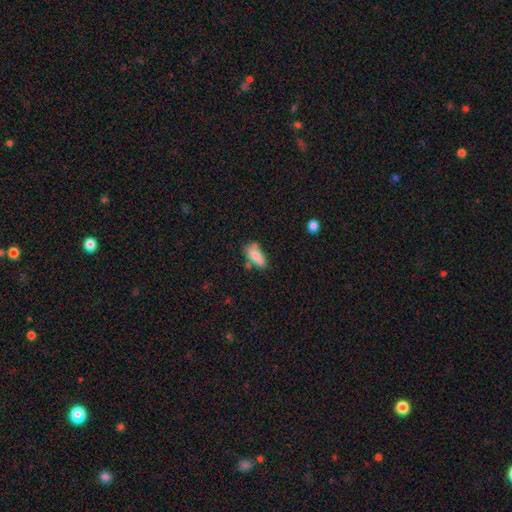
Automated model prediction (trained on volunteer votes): Morphology: type=smooth (80%); roundness=in between (81%); merging=none (64%).